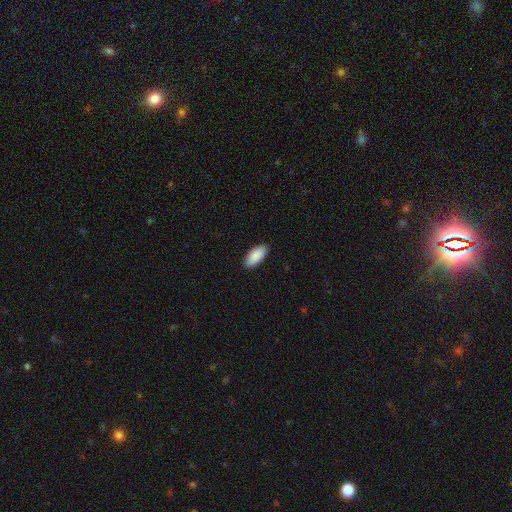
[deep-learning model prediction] This appears to be a smooth galaxy with no disk features (91%) that is in between round and cigar-shaped (90%). Merging: none (89%).